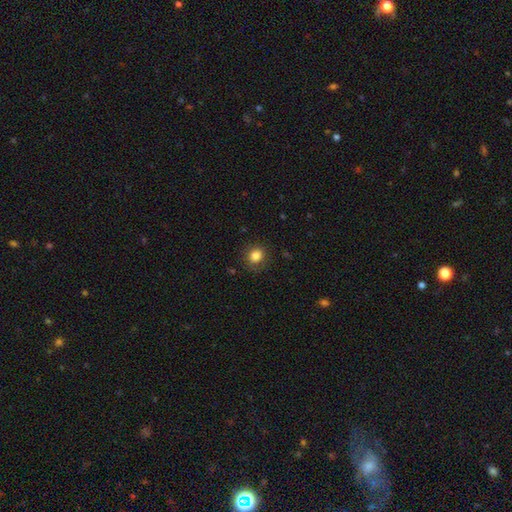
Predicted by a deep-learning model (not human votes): This is clearly a smooth galaxy (84%). How rounded: likely round (76%). Merging: clearly none (83%).